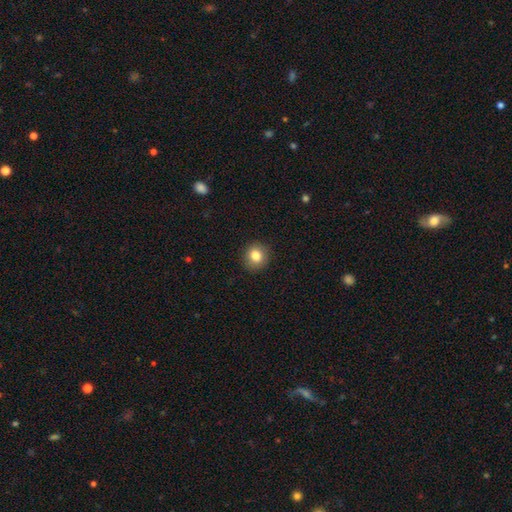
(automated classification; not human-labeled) Smooth or featured?
  - smooth: 82% *
  - star or artifact: 10%
  - featured or disk: 7%
How rounded?
  - round: 85% *
  - in between: 14%
  - cigar-shaped: 1%
Merging?
  - none: 90% *
  - minor disturbance: 7%
  - major disturbance: 2%
  - merger: 1%